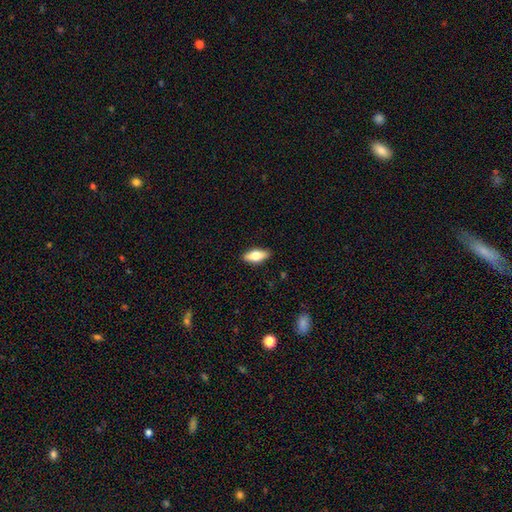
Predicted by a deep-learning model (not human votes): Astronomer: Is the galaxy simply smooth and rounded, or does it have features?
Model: smooth — 67%.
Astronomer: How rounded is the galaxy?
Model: in between — 77%.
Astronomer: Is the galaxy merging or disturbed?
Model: none — 89%.